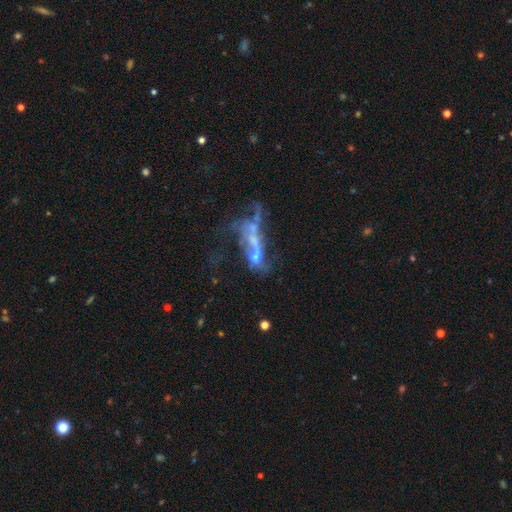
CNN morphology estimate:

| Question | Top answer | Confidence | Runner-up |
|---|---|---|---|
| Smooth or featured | featured or disk | 62% | smooth (20%) |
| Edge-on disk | no | 91% | yes (9%) |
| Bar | no | 77% | weak (15%) |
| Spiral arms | no | 79% | yes (21%) |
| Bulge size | none | 41% | moderate (28%) |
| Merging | merger | 44% | major disturbance (32%) |